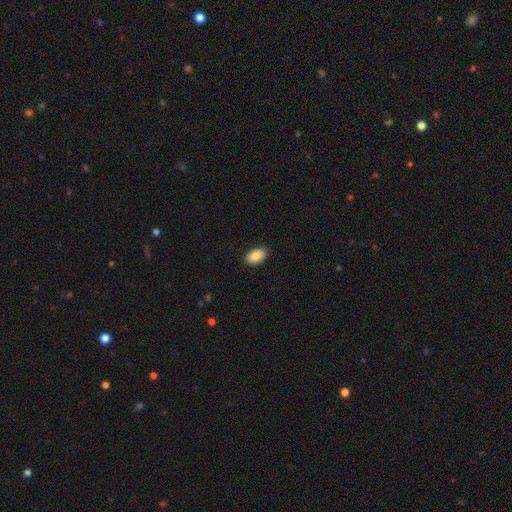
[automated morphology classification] This appears to be a smooth galaxy with no disk features (88%) that is in between round and cigar-shaped (93%). Merging: none (90%).